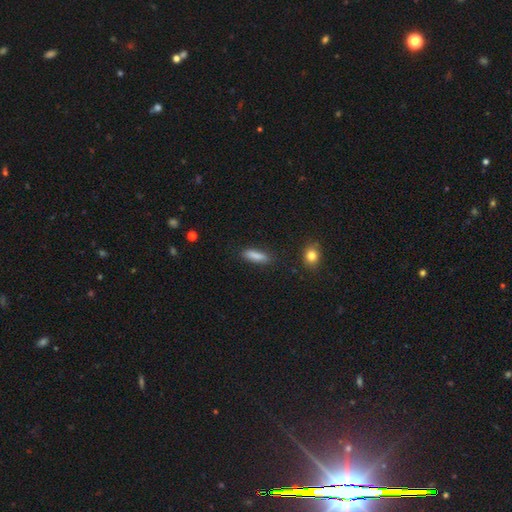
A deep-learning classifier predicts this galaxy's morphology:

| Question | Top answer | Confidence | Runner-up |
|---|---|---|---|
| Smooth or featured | smooth | 86% | star or artifact (7%) |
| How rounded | cigar-shaped | 59% | in between (38%) |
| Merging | none | 85% | minor disturbance (11%) |